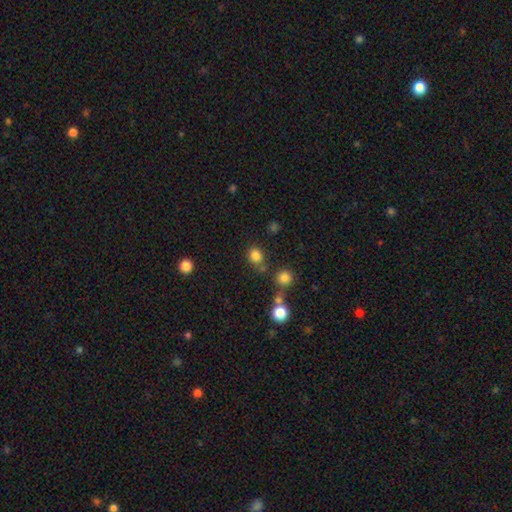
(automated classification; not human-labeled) smooth-or-featured: smooth: 81% | star or artifact: 14% | featured or disk: 5%
  how-rounded: round: 71% | in between: 28% | cigar-shaped: 1%
  merging: none: 73% | minor disturbance: 11% | merger: 11% | major disturbance: 4%